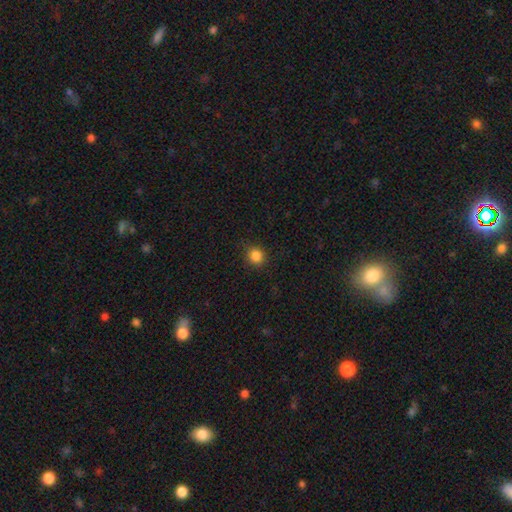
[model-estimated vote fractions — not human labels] smooth 84%, star or artifact 12%, featured or disk 4%. Down the decision tree: how rounded — round (89%); merging — none (87%).